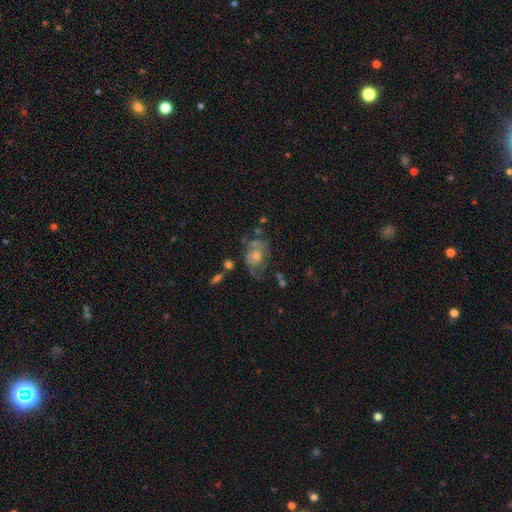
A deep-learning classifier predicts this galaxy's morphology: Smooth or featured: featured or disk — 67% (smooth — 20%)
Edge-on disk: no — 97% (yes — 3%)
Bar: no — 77% (weak — 20%)
Spiral arms: yes — 73% (no — 27%)
Bulge size: moderate — 55% (small — 28%)
Merging: none — 53% (minor disturbance — 22%)